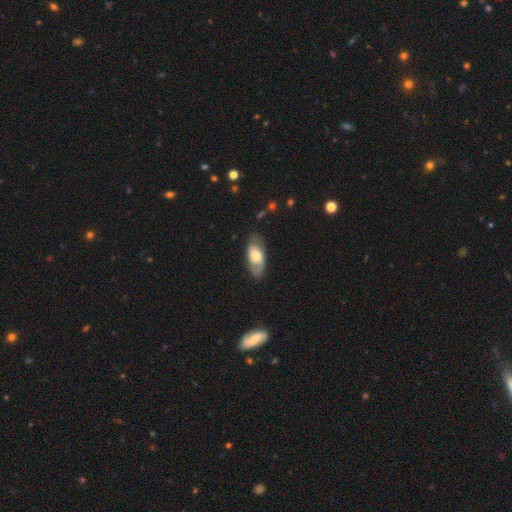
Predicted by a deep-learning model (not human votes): A smooth galaxy with no disk features (49%). Merging: none (76%).